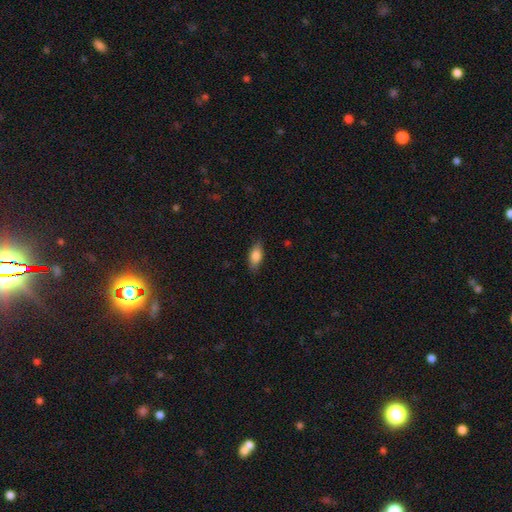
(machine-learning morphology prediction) Smooth or featured?
  - smooth: 80% *
  - featured or disk: 13%
  - star or artifact: 7%
How rounded?
  - in between: 84% *
  - cigar-shaped: 13%
  - round: 3%
Merging?
  - none: 83% *
  - minor disturbance: 13%
  - major disturbance: 3%
  - merger: 1%